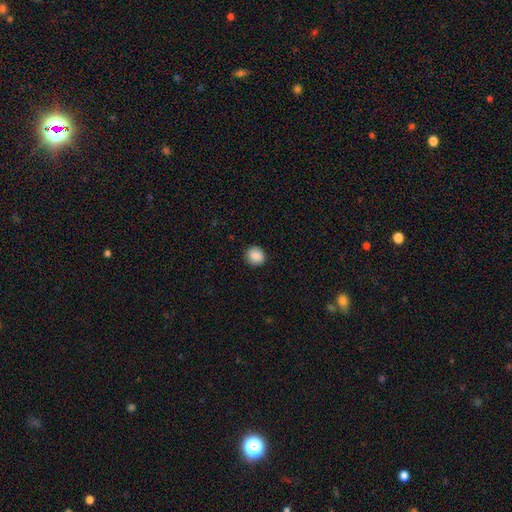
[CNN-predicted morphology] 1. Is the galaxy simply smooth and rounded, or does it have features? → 88% smooth, 8% star or artifact, 3% featured or disk.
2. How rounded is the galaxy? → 86% round, 13% in between, 1% cigar-shaped.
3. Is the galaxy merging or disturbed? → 91% none, 6% minor disturbance, 2% major disturbance, 1% merger.